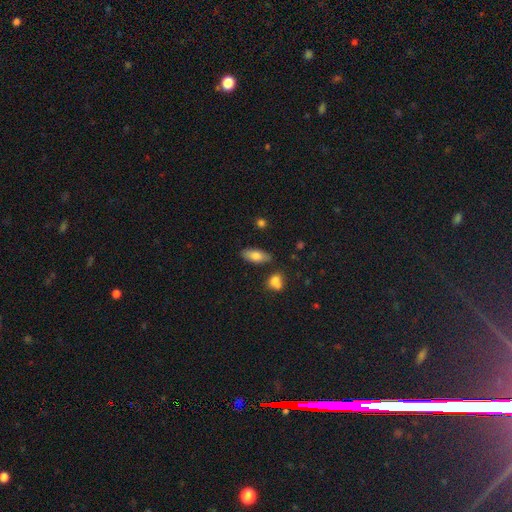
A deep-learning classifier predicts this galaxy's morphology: A smooth galaxy with no disk features (77%) that is in between round and cigar-shaped (79%).

Vote fractions:
- Smooth or featured? smooth: 77% / featured or disk: 16% / star or artifact: 7%
- How rounded? in between: 79% / cigar-shaped: 18% / round: 3%
- Merging? none: 80% / minor disturbance: 12% / merger: 5% / major disturbance: 3%